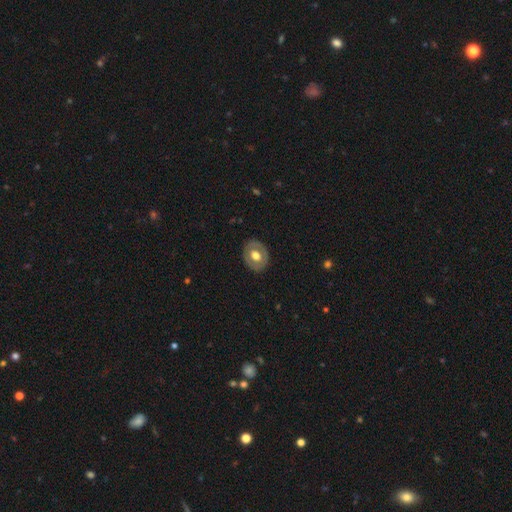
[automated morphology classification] type=smooth (51%); roundness=in between (50%); merging=none (85%).